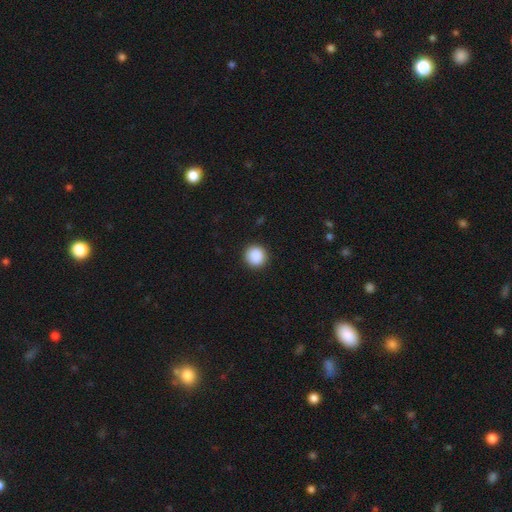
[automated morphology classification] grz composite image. It shows a smooth galaxy with no disk features (89%) that is round (95%). Merging: none (92%).